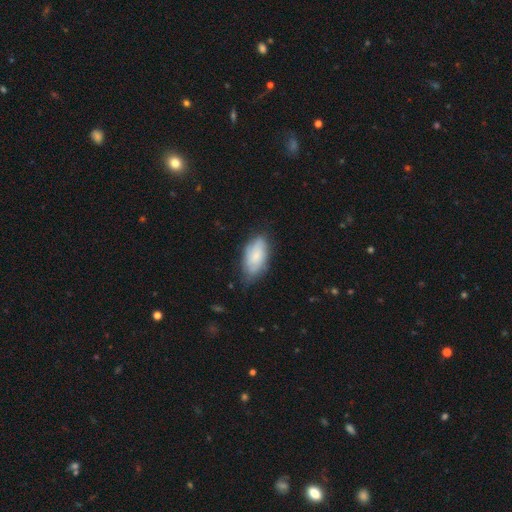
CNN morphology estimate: smooth 66%, featured or disk 27%, star or artifact 6%. Down the decision tree: how rounded — in between (92%); merging — none (64%).